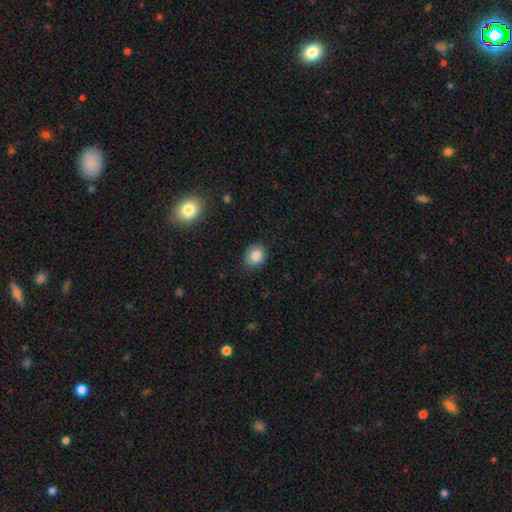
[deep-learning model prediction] smooth-or-featured: smooth: 84% | star or artifact: 10% | featured or disk: 6%
  how-rounded: round: 57% | in between: 42% | cigar-shaped: 1%
  merging: none: 80% | minor disturbance: 16% | major disturbance: 3% | merger: 1%